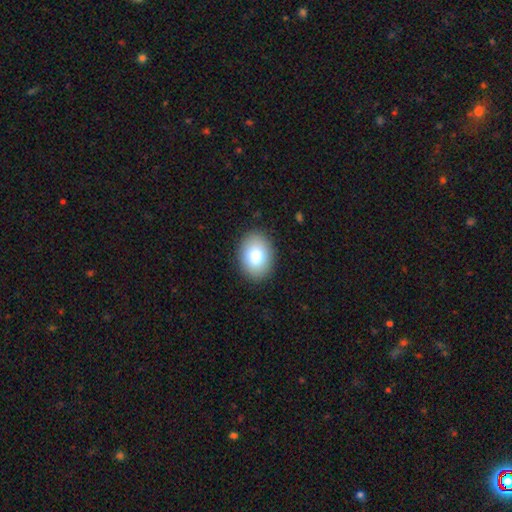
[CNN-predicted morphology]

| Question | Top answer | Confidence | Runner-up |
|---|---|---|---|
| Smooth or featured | smooth | 82% | featured or disk (10%) |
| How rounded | in between | 69% | round (30%) |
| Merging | none | 89% | minor disturbance (8%) |